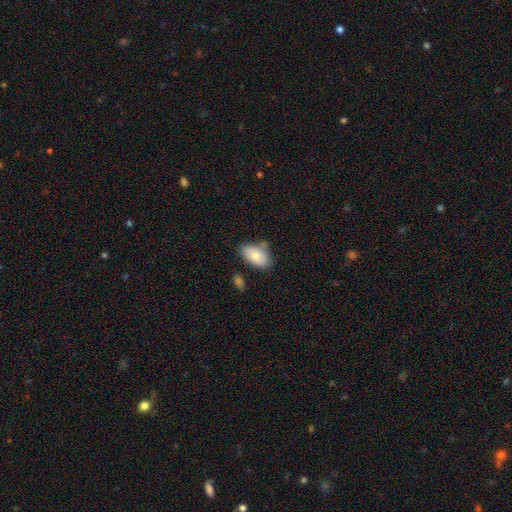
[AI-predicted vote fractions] Overall: smooth (80%). How rounded: in between (93%). Merging: none (63%; minor disturbance 24%).